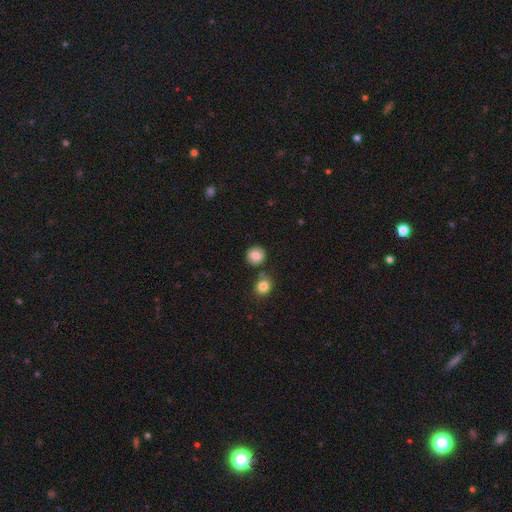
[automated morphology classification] The model was most divided on "merging": none: 81%, minor disturbance: 9%, merger: 7%, major disturbance: 3%. More confident: how rounded — round (89%); smooth or featured — smooth (84%).